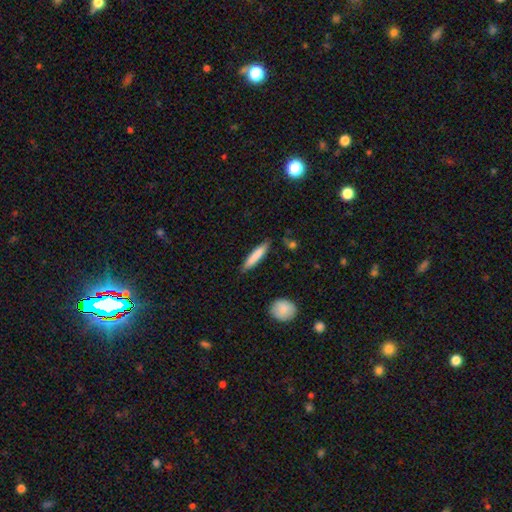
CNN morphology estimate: Smooth or featured? smooth (78%)
How rounded? cigar-shaped (90%)
Merging? none (84%)